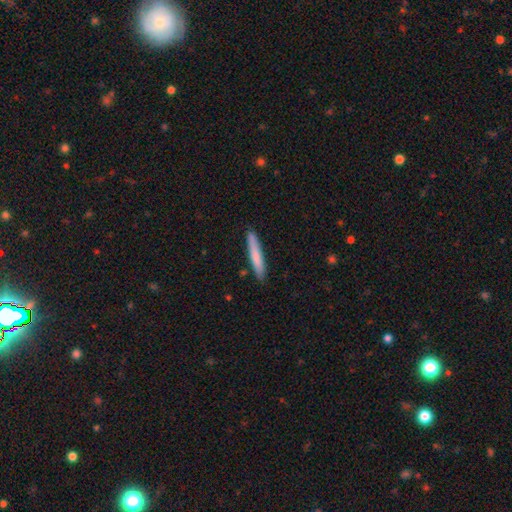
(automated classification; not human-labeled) Smooth or featured? smooth (76%)
How rounded? cigar-shaped (94%)
Merging? none (88%)